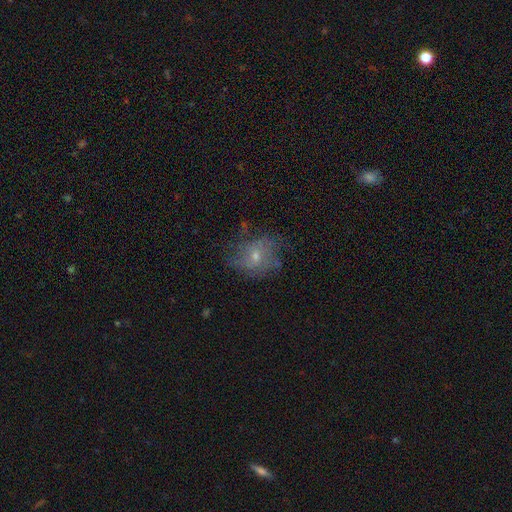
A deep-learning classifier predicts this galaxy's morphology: A featured or disk galaxy (52%) with no bar (78%), spiral arms (64%) and a small central bulge (56%).

Vote fractions:
- Smooth or featured? featured or disk: 52% / smooth: 33% / star or artifact: 15%
- Edge-on disk? no: 96% / yes: 4%
- Bar? no: 78% / weak: 19% / strong: 3%
- Spiral arms? yes: 64% / no: 36%
- Bulge size? small: 56% / moderate: 39% / none: 3% / large: 2% / dominant: 1%
- Merging? none: 62% / minor disturbance: 22% / major disturbance: 14% / merger: 2%